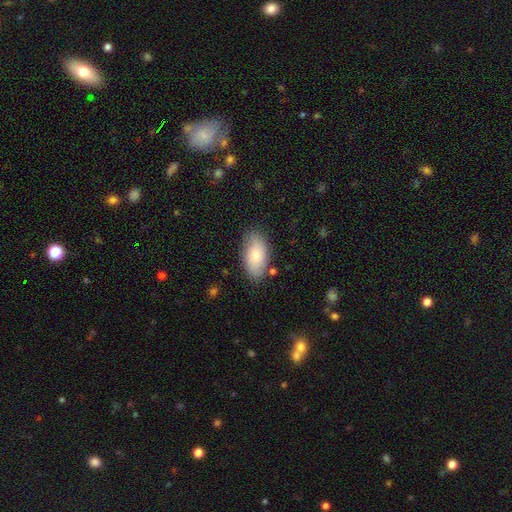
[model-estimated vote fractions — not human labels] Morphology: type=smooth (79%); roundness=in between (94%); merging=none (79%).